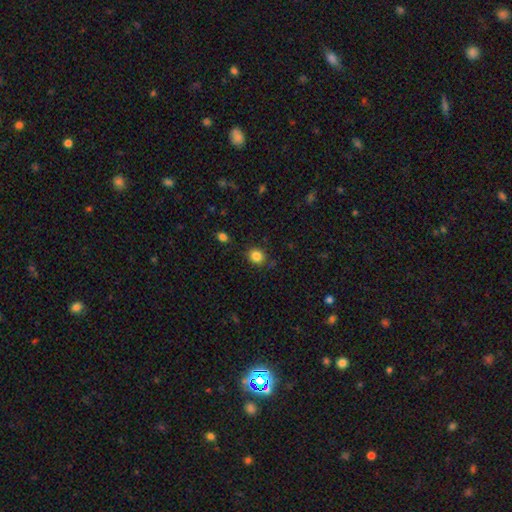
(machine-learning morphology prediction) A smooth galaxy with no disk features (85%) that is round (79%).

Vote fractions:
- Smooth or featured? smooth: 85% / star or artifact: 11% / featured or disk: 4%
- How rounded? round: 79% / in between: 21% / cigar-shaped: 1%
- Merging? none: 84% / minor disturbance: 11% / major disturbance: 3% / merger: 2%